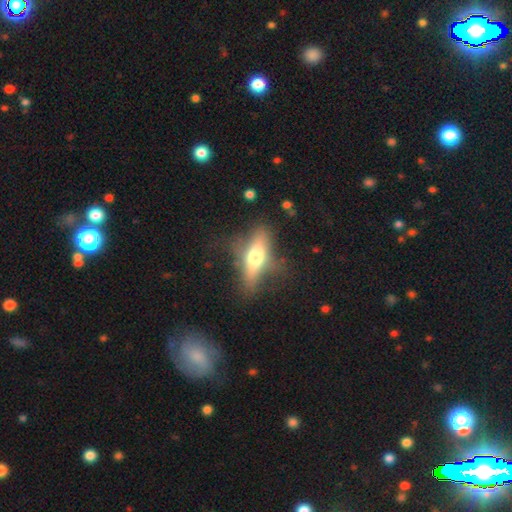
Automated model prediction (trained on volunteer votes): Overall: featured or disk (49%; smooth 43%). Merging: none (67%).